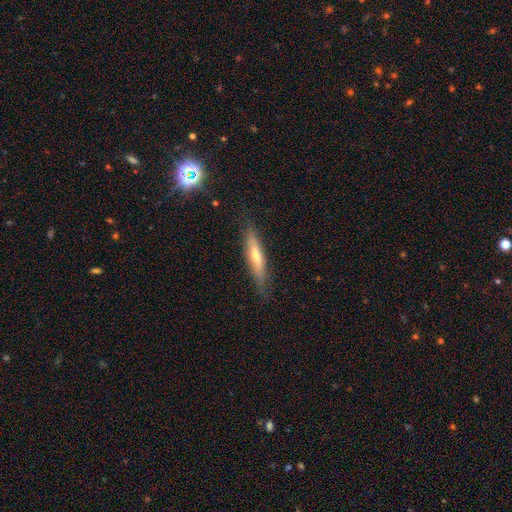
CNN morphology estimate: Smooth or featured? Predicted: smooth (p=0.47). Merging? Predicted: none (p=0.82).